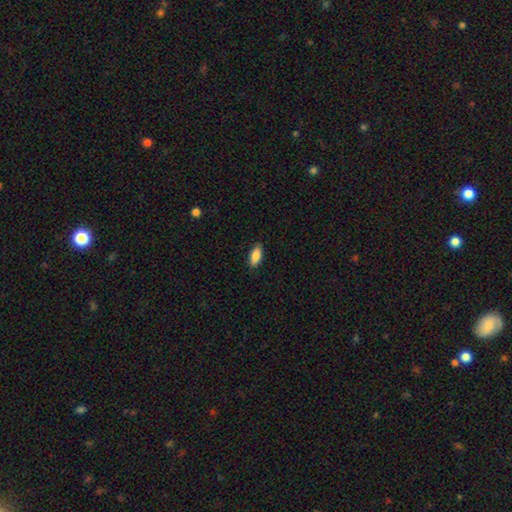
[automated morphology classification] Smooth or featured?
  - smooth: 86% *
  - featured or disk: 7%
  - star or artifact: 6%
How rounded?
  - in between: 84% *
  - cigar-shaped: 13%
  - round: 2%
Merging?
  - none: 88% *
  - minor disturbance: 9%
  - major disturbance: 2%
  - merger: 1%